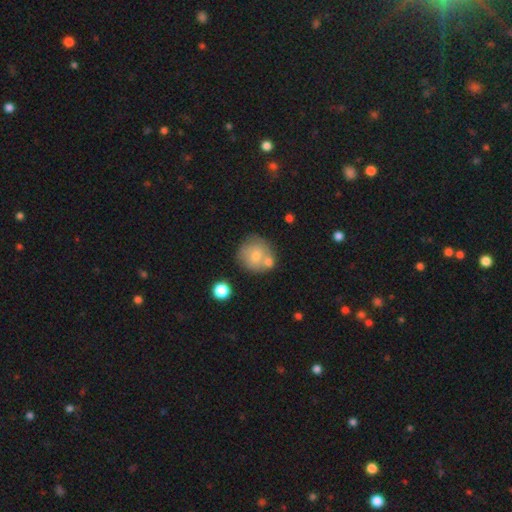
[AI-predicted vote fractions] smooth 68%, featured or disk 23%, star or artifact 9%. Down the decision tree: how rounded — round (90%); merging — none (52%).